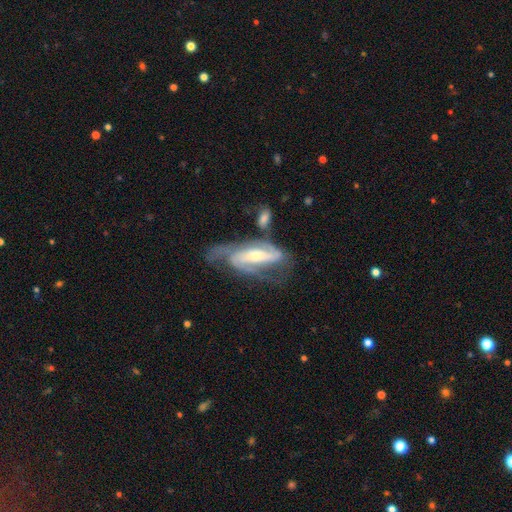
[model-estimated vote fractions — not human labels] This appears to be a featured or disk galaxy (83%) with a strong bar (42%), 2 (71%) medium (47%) spiral arms (94%) and a moderate central bulge (49%). Merging: none (44%).